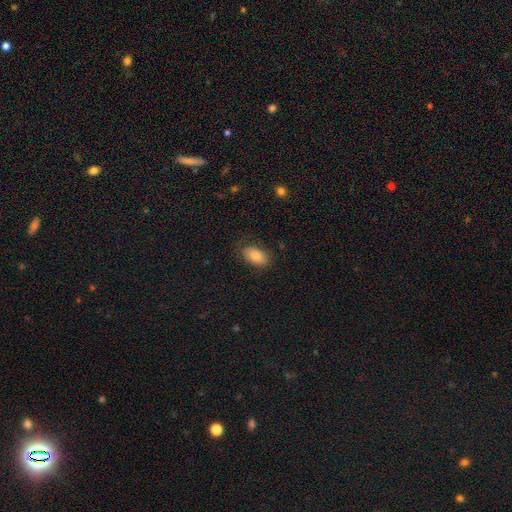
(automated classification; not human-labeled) Smooth or featured: smooth — 86% (featured or disk — 7%)
How rounded: in between — 92% (round — 5%)
Merging: none — 77% (minor disturbance — 16%)